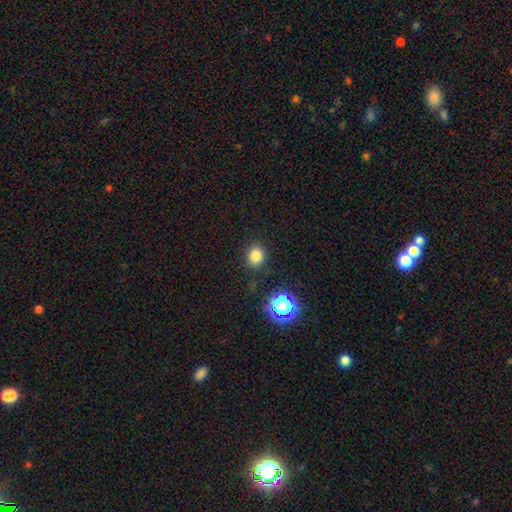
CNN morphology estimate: Overall: smooth (80%). How rounded: round (77%). Merging: none (86%).